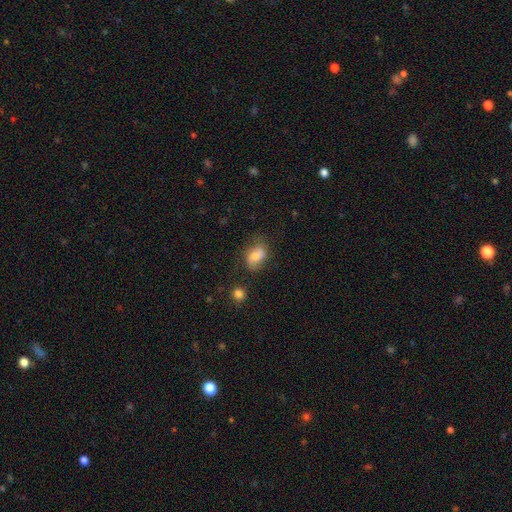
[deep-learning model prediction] Smooth or featured?
  - smooth: 57% *
  - featured or disk: 34%
  - star or artifact: 10%
How rounded?
  - in between: 75% *
  - round: 23%
  - cigar-shaped: 2%
Merging?
  - none: 60% *
  - minor disturbance: 24%
  - major disturbance: 9%
  - merger: 7%